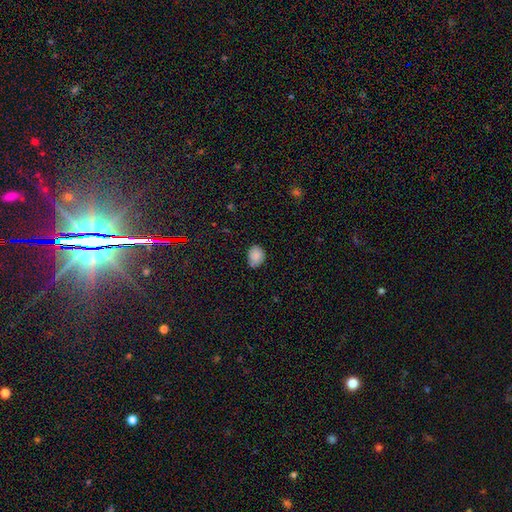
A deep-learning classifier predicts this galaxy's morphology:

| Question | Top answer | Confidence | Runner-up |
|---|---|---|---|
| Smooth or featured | smooth | 84% | star or artifact (9%) |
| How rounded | round | 51% | in between (48%) |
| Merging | none | 70% | minor disturbance (24%) |